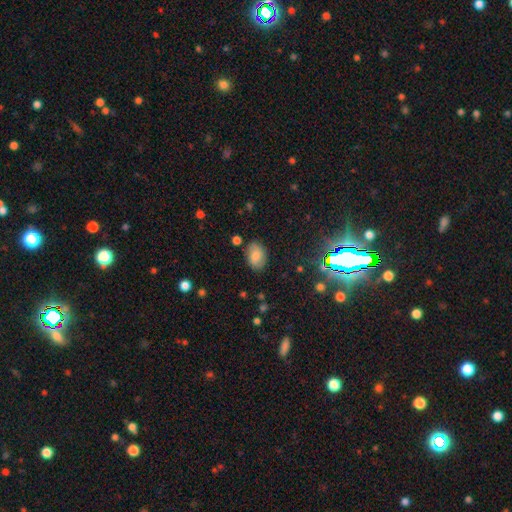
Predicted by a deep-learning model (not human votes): Smooth or featured?
  - smooth: 78% *
  - featured or disk: 13%
  - star or artifact: 9%
How rounded?
  - in between: 83% *
  - round: 15%
  - cigar-shaped: 1%
Merging?
  - none: 82% *
  - minor disturbance: 12%
  - major disturbance: 3%
  - merger: 2%